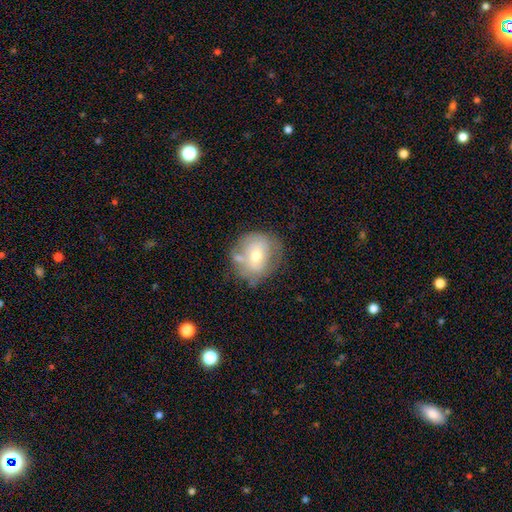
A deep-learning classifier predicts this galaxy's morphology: smooth-or-featured: smooth: 56% | featured or disk: 35% | star or artifact: 9%
  how-rounded: round: 76% | in between: 23% | cigar-shaped: 1%
  merging: none: 54% | minor disturbance: 24% | merger: 11% | major disturbance: 10%